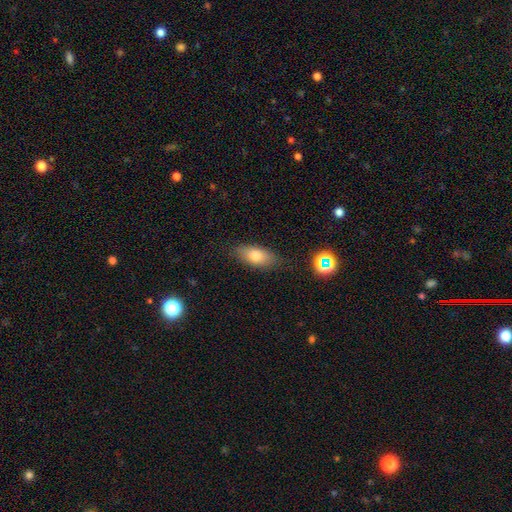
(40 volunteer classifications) Smooth or featured? smooth (80%)
How rounded? in between (84%)
Merging? none (73%)